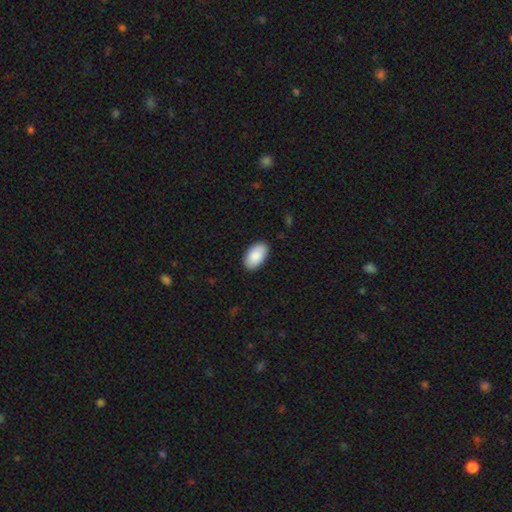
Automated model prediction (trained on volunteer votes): Q: Smooth or featured?
A: smooth (89%); runner-up: star or artifact (6%)
Q: How rounded?
A: in between (95%); runner-up: round (3%)
Q: Merging?
A: none (88%); runner-up: minor disturbance (9%)